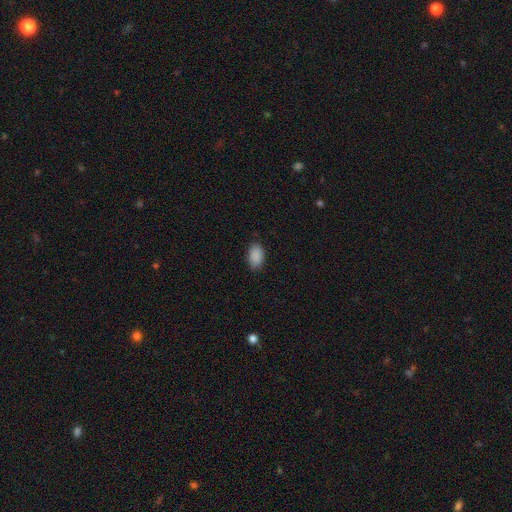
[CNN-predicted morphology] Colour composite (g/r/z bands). It shows a smooth galaxy with no disk features (90%) that is in between round and cigar-shaped (92%). Merging: none (84%).